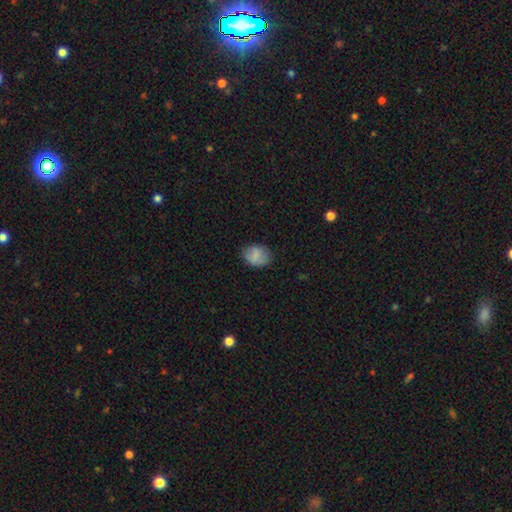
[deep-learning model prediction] smooth_or_featured: smooth (p=0.82) [alt: featured or disk p=0.09]
how_rounded: in between (p=0.57) [alt: round p=0.42]
merging: none (p=0.76) [alt: minor disturbance p=0.19]